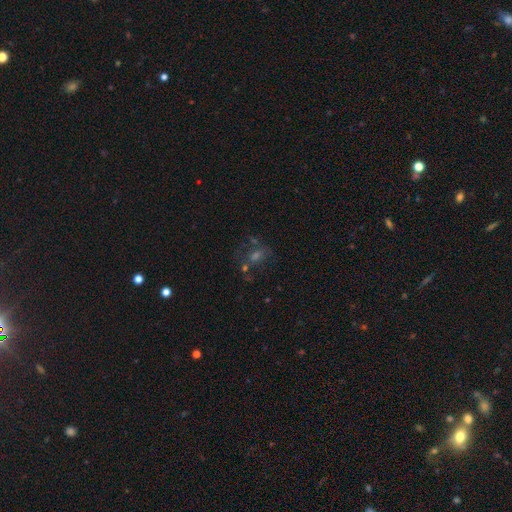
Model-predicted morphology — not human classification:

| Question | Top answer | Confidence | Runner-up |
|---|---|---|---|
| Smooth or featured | star or artifact | 38% | smooth (32%) |